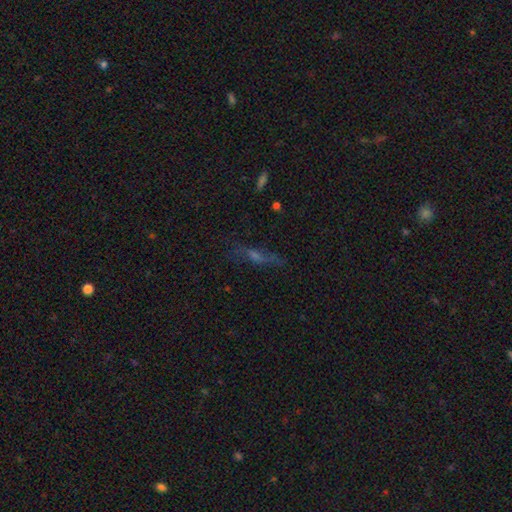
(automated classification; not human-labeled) Smooth or featured? Predicted: featured or disk (p=0.44). Merging? Predicted: none (p=0.69).